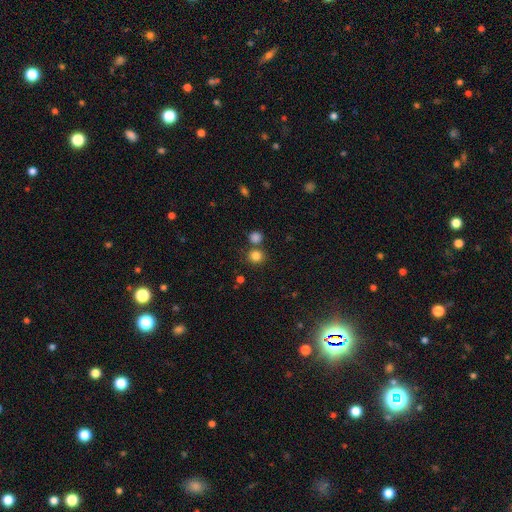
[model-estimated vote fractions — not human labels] Q: Smooth or featured?
A: smooth (82%); runner-up: star or artifact (13%)
Q: How rounded?
A: round (86%); runner-up: in between (13%)
Q: Merging?
A: none (71%); runner-up: merger (17%)